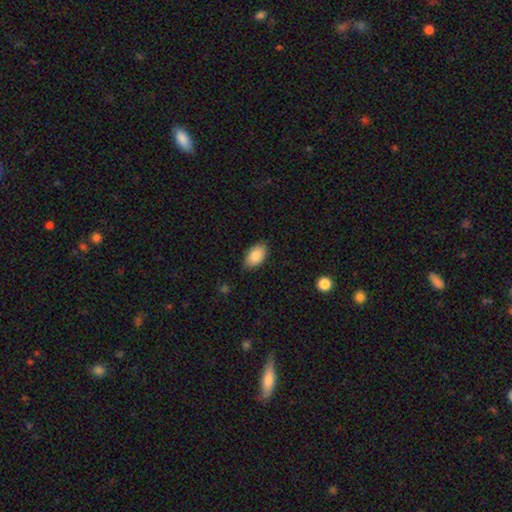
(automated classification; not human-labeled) Morphology: type=smooth (88%); roundness=in between (94%); merging=none (84%).